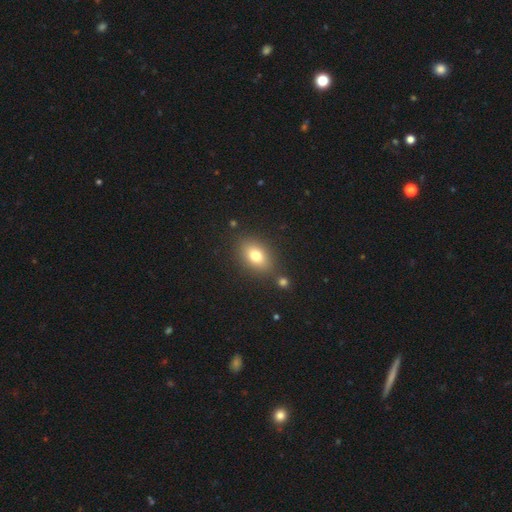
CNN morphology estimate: A smooth galaxy with no disk features (77%) that is in between round and cigar-shaped (76%). Merging: none (81%).